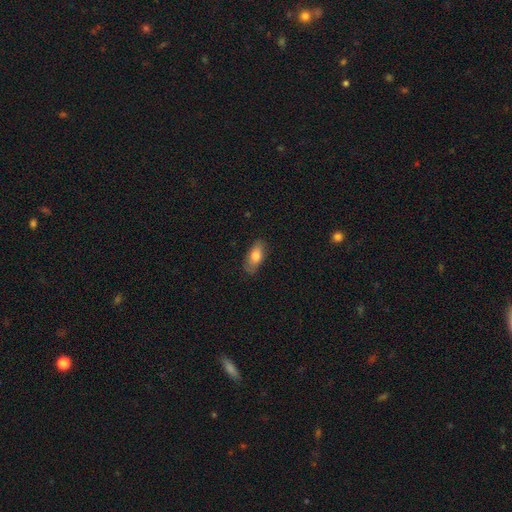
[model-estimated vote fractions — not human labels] This is likely a smooth galaxy (76%). How rounded: clearly in between (86%). Merging: clearly none (80%).